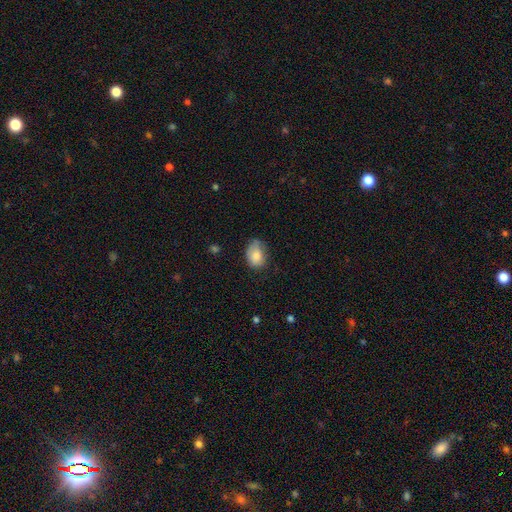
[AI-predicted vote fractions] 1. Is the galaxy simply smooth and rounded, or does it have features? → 82% smooth, 11% featured or disk, 8% star or artifact.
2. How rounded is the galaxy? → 79% in between, 20% round, 1% cigar-shaped.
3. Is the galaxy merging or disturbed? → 50% none, 37% minor disturbance, 11% major disturbance, 2% merger.